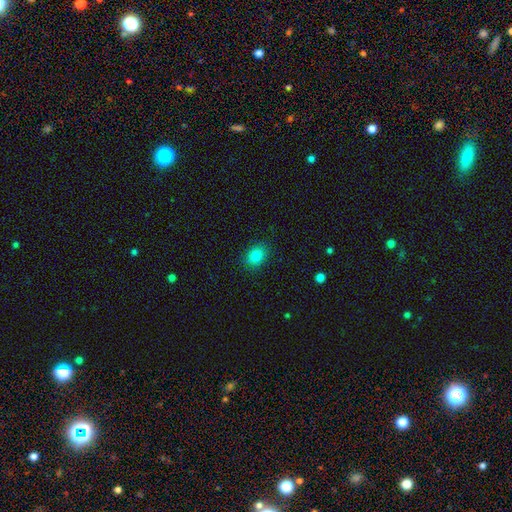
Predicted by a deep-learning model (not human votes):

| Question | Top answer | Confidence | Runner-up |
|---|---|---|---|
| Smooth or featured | smooth | 84% | star or artifact (11%) |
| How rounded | in between | 68% | round (31%) |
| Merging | none | 87% | minor disturbance (10%) |